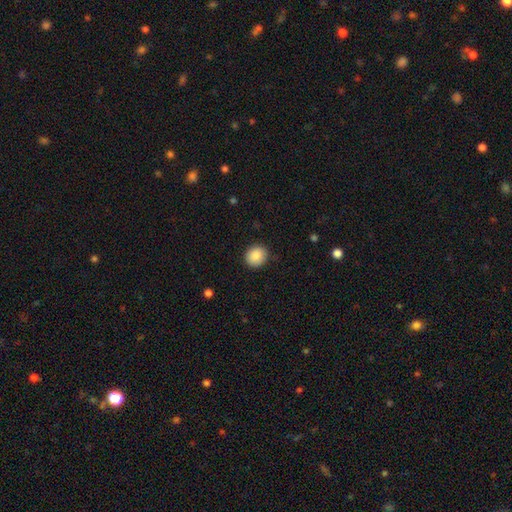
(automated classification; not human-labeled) Smooth or featured?
  - smooth: 88% *
  - star or artifact: 8%
  - featured or disk: 4%
How rounded?
  - round: 78% *
  - in between: 21%
  - cigar-shaped: 1%
Merging?
  - none: 88% *
  - minor disturbance: 9%
  - major disturbance: 2%
  - merger: 1%